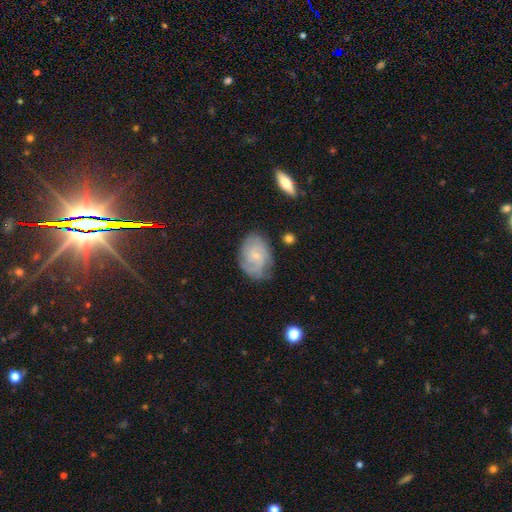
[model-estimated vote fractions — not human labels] This appears to be a featured or disk galaxy (66%) with no bar (67%), tight (50%) spiral arms (89%) and a small central bulge (78%). Merging: none (70%).